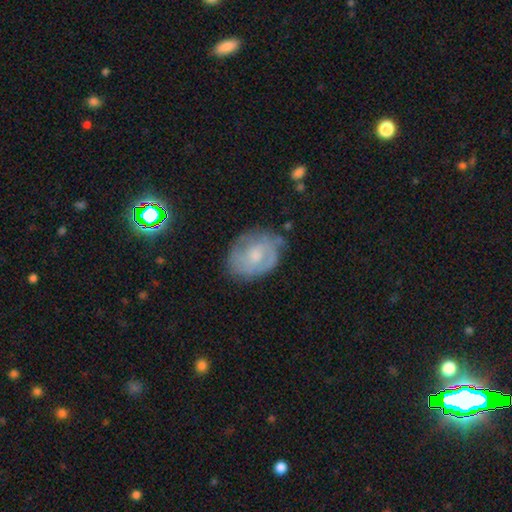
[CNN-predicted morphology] A featured or disk galaxy (57%) with no bar (65%), spiral arms (70%) and a moderate central bulge (48%).

Vote fractions:
- Smooth or featured? featured or disk: 57% / smooth: 34% / star or artifact: 9%
- Edge-on disk? no: 96% / yes: 4%
- Bar? no: 65% / weak: 30% / strong: 5%
- Spiral arms? yes: 70% / no: 30%
- Bulge size? moderate: 48% / small: 35% / none: 10% / large: 6% / dominant: 1%
- Merging? none: 68% / minor disturbance: 22% / major disturbance: 8% / merger: 2%